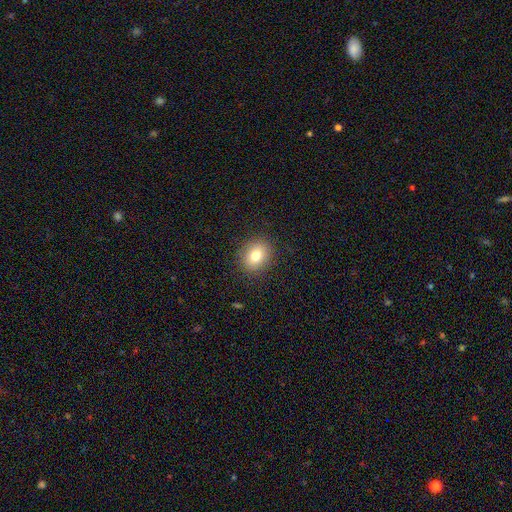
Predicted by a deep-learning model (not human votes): This appears to be a smooth galaxy with no disk features (79%) that is round (57%). Merging: none (89%).